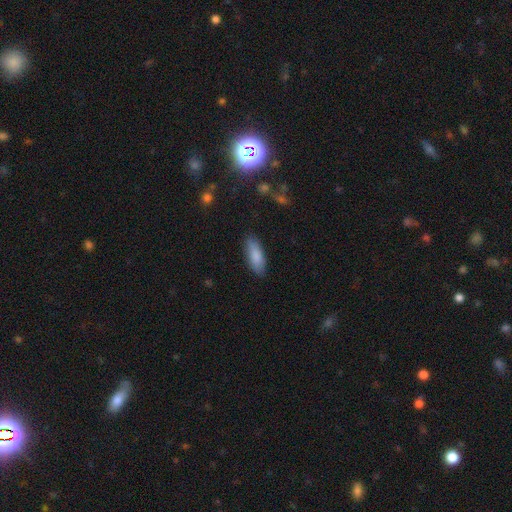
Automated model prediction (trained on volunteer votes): Morphology: type=smooth (86%); roundness=in between (68%); merging=none (84%).